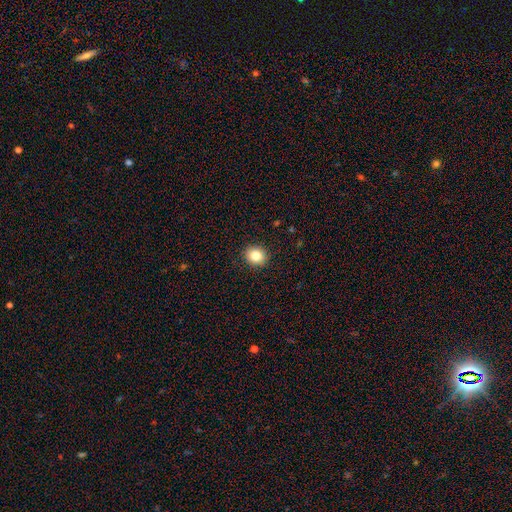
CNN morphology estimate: A smooth galaxy with no disk features (83%) that is round (75%).

Vote fractions:
- Smooth or featured? smooth: 83% / star or artifact: 10% / featured or disk: 7%
- How rounded? round: 75% / in between: 24% / cigar-shaped: 1%
- Merging? none: 91% / minor disturbance: 6% / major disturbance: 2% / merger: 1%